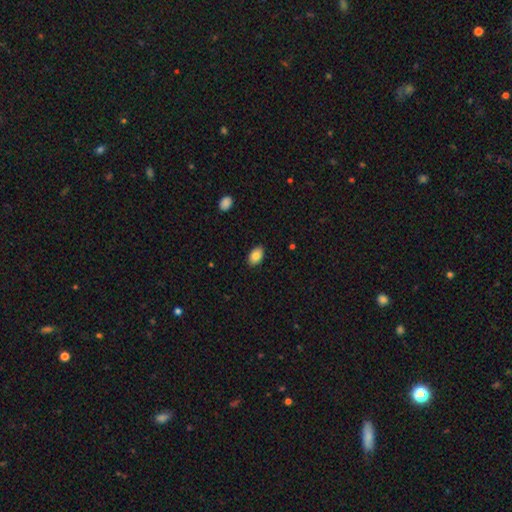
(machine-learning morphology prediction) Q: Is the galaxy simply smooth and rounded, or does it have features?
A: smooth — 85%.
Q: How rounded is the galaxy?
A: in between — 90%.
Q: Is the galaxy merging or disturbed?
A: none — 88%.